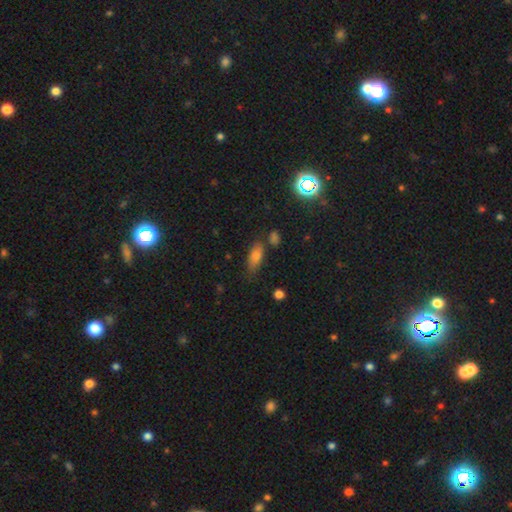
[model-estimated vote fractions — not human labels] Smooth or featured? Predicted: smooth (p=0.72). How rounded? Predicted: in between (p=0.74). Merging? Predicted: none (p=0.66).